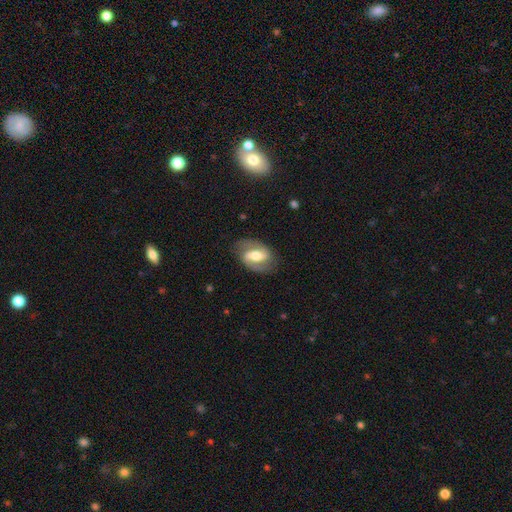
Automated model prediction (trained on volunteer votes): smooth-or-featured: featured or disk: 76% | smooth: 18% | star or artifact: 6%
  disk-edge-on: no: 96% | yes: 4%
    bar: weak: 41% | strong: 40% | no: 20%
    has-spiral-arms: yes: 88% | no: 12%
      spiral-winding: medium: 49% | loose: 29% | tight: 22%
      spiral-arm-count: 2: 90% | can't tell: 5% | 1: 3% | 3: 1% | 4: 1% | more than 4: 1%
    bulge-size: moderate: 66% | small: 17% | large: 15% | none: 2% | dominant: 2%
  merging: none: 79% | minor disturbance: 14% | major disturbance: 6% | merger: 1%